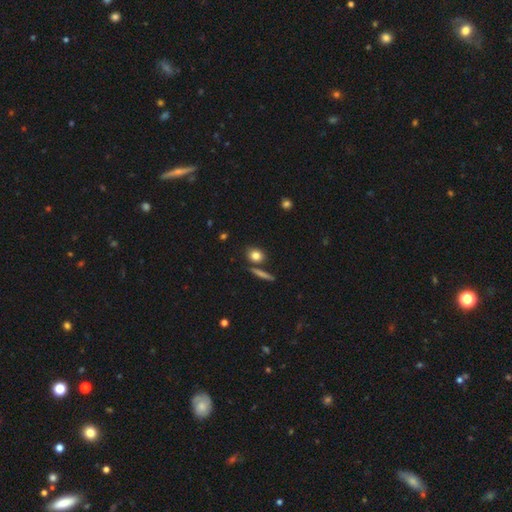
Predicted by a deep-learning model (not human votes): This appears to be a smooth galaxy with no disk features (81%) that is round (59%). Merging: none (77%).